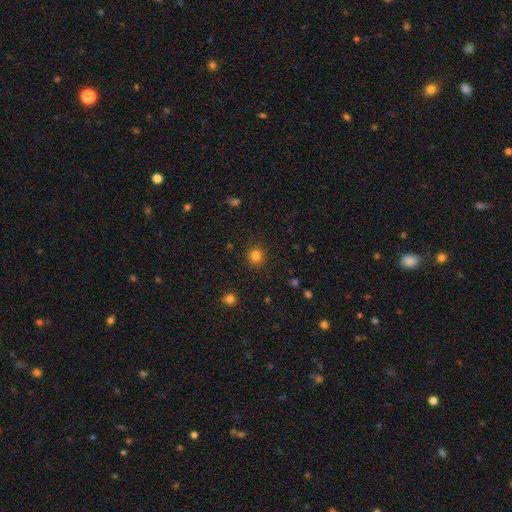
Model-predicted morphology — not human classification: smooth_or_featured: smooth (p=0.82) [alt: star or artifact p=0.13]
how_rounded: round (p=0.91) [alt: in between p=0.08]
merging: none (p=0.89) [alt: minor disturbance p=0.07]